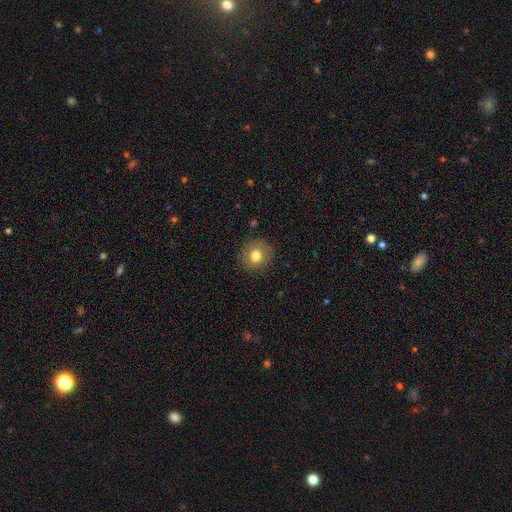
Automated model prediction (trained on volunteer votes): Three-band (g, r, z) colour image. It shows a smooth galaxy with no disk features (78%) that is round (86%). Merging: none (87%).